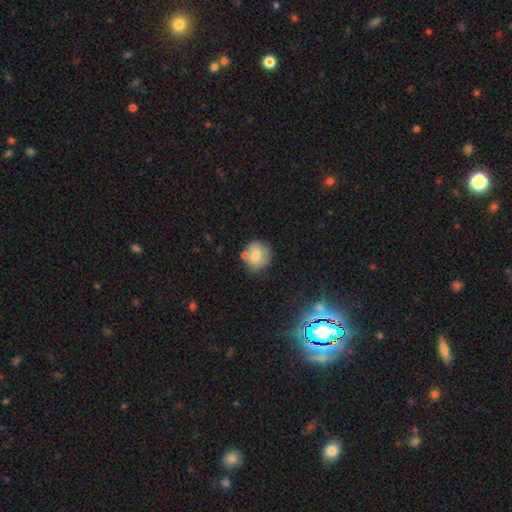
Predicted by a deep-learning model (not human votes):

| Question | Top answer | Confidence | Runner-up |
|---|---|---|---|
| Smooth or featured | smooth | 75% | featured or disk (15%) |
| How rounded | round | 86% | in between (13%) |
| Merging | none | 66% | minor disturbance (16%) |